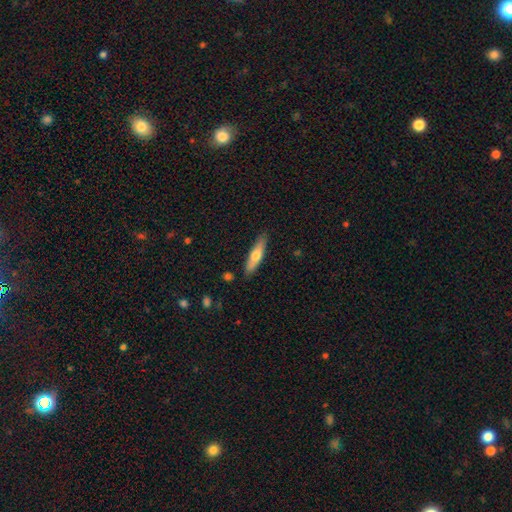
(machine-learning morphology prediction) Smooth or featured?
  - smooth: 59% *
  - featured or disk: 35%
  - star or artifact: 6%
How rounded?
  - cigar-shaped: 74% *
  - in between: 24%
  - round: 2%
Merging?
  - none: 87% *
  - minor disturbance: 10%
  - major disturbance: 2%
  - merger: 2%